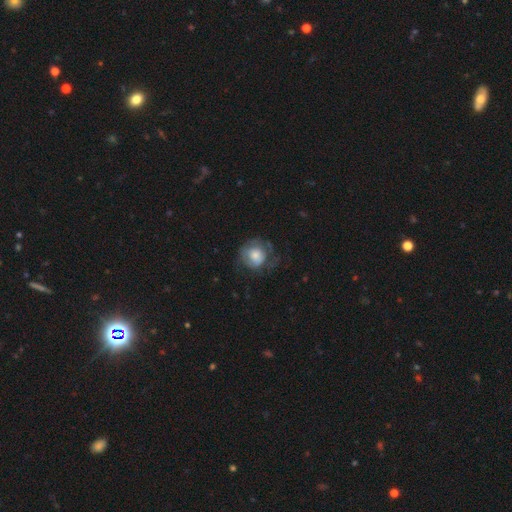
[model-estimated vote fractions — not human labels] The model was most divided on "merging": none: 51%, minor disturbance: 25%, major disturbance: 23%, merger: 1%. More confident: how rounded — round (83%); smooth or featured — smooth (60%).